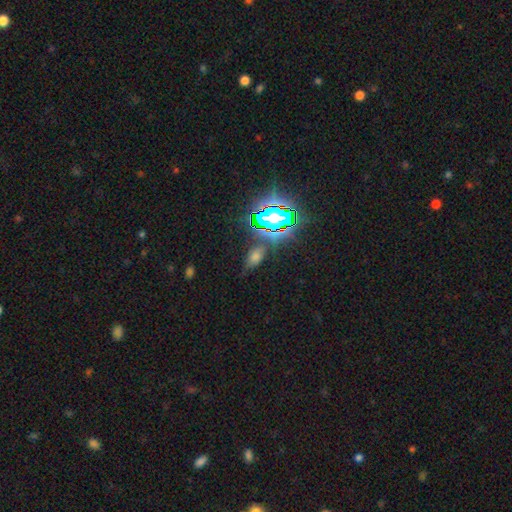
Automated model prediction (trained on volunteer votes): The model was most divided on "smooth or featured": star or artifact: 45%, smooth: 43%, featured or disk: 12%.